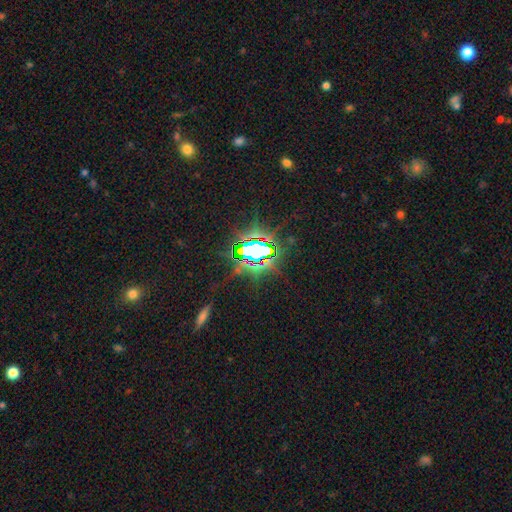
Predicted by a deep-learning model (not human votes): Smooth or featured: star or artifact — 78% (smooth — 11%)